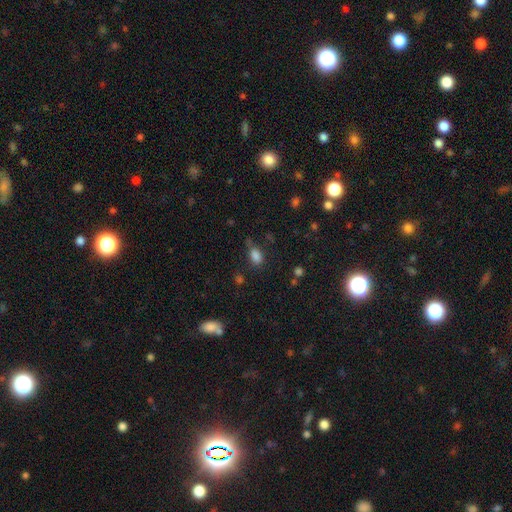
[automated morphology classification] Smooth or featured: smooth — 83% (star or artifact — 13%)
How rounded: in between — 84% (round — 14%)
Merging: none — 66% (minor disturbance — 21%)